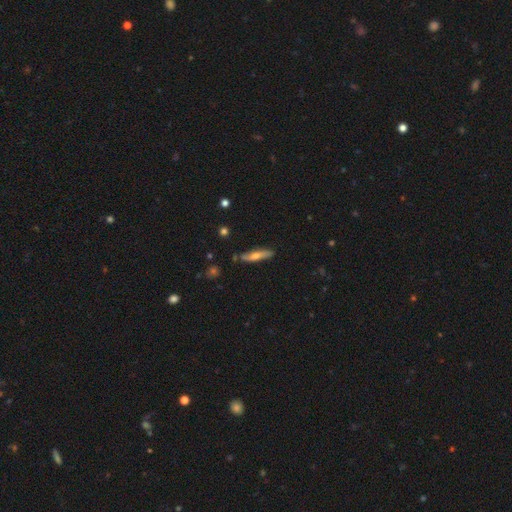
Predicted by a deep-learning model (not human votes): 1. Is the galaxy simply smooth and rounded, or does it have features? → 49% smooth, 44% featured or disk, 7% star or artifact.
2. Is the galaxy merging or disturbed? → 84% none, 12% minor disturbance, 2% merger, 2% major disturbance.